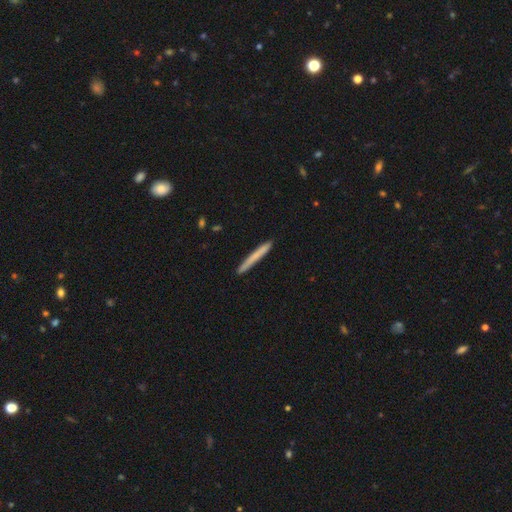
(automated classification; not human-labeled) Smooth or featured: smooth — 69% (featured or disk — 25%)
How rounded: cigar-shaped — 97% (in between — 2%)
Merging: none — 91% (minor disturbance — 7%)